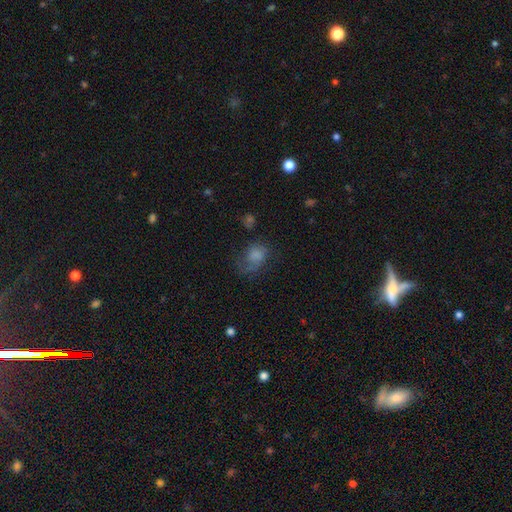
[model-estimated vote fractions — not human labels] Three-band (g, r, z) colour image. It shows a smooth galaxy with no disk features (65%) that is in between round and cigar-shaped (56%). Merging: none (38%).